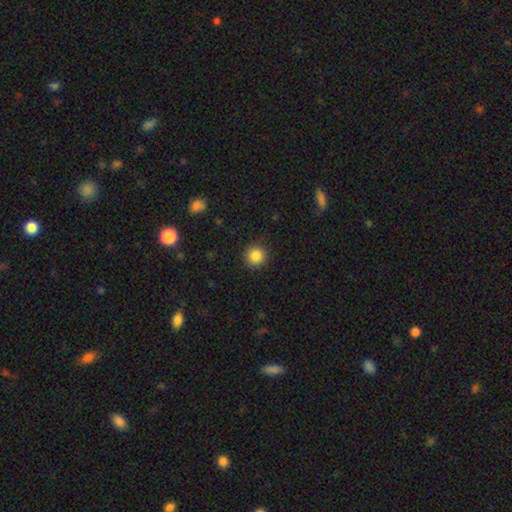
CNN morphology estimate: Smooth or featured? smooth (85%)
How rounded? round (95%)
Merging? none (90%)